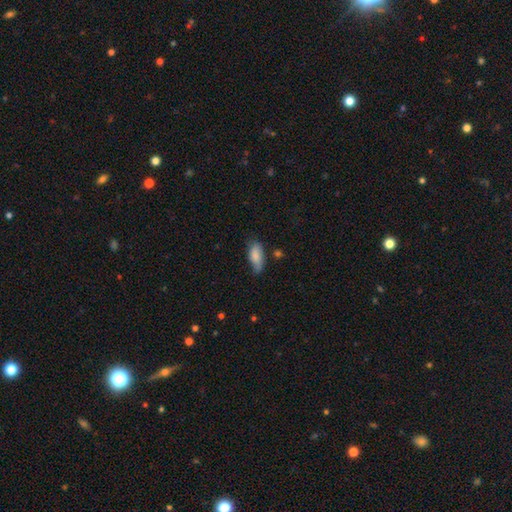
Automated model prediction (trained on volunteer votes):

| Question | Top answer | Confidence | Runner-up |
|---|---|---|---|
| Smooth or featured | smooth | 81% | featured or disk (12%) |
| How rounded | in between | 85% | cigar-shaped (13%) |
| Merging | none | 58% | minor disturbance (32%) |